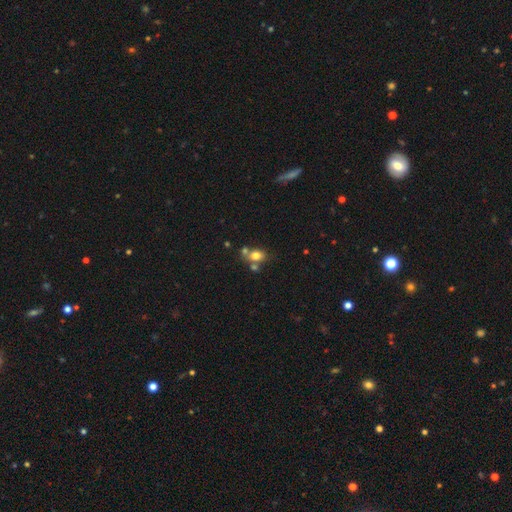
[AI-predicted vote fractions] Smooth or featured? smooth (75%)
How rounded? in between (54%)
Merging? none (49%)